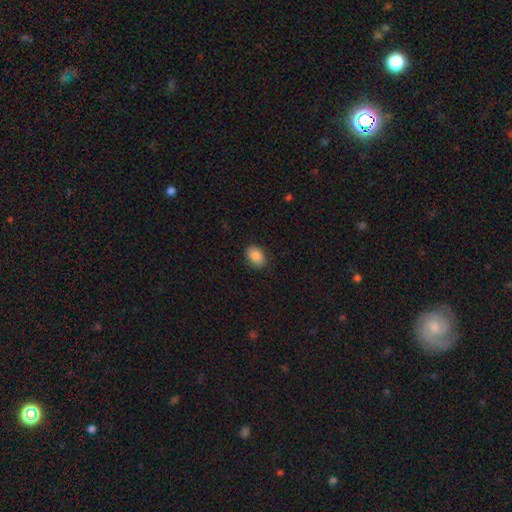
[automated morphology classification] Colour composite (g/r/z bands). It shows a smooth galaxy with no disk features (87%) that is in between round and cigar-shaped (81%). Merging: none (86%).